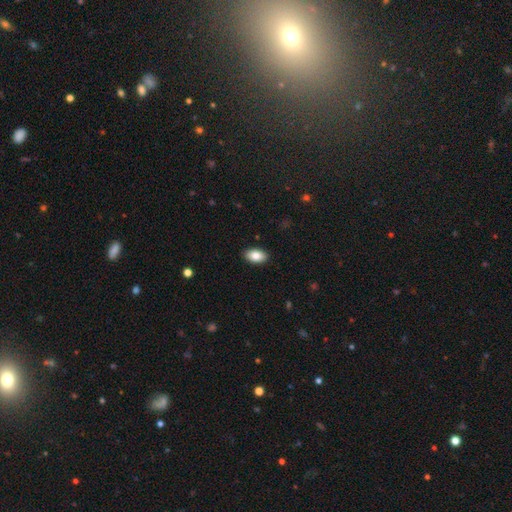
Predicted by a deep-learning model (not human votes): Smooth or featured? smooth (85%)
How rounded? in between (93%)
Merging? none (90%)